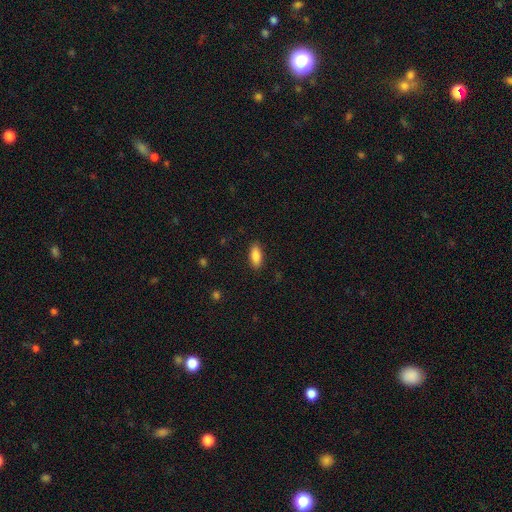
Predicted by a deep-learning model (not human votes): The model was most divided on "how rounded": in between: 84%, cigar-shaped: 14%, round: 2%. More confident: merging — none (88%); smooth or featured — smooth (88%).